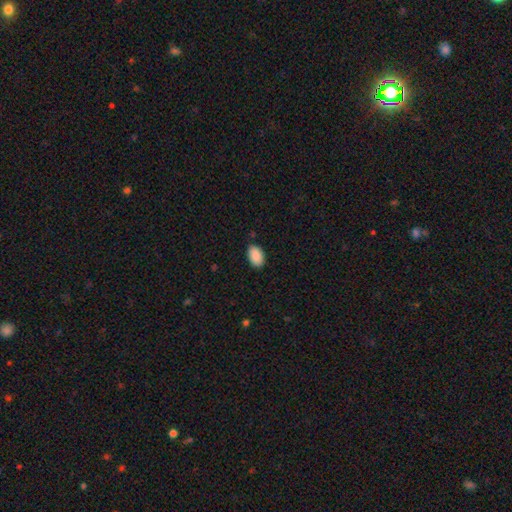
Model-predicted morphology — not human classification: Smooth or featured: smooth — 90% (star or artifact — 7%)
How rounded: in between — 90% (round — 9%)
Merging: none — 83% (minor disturbance — 13%)